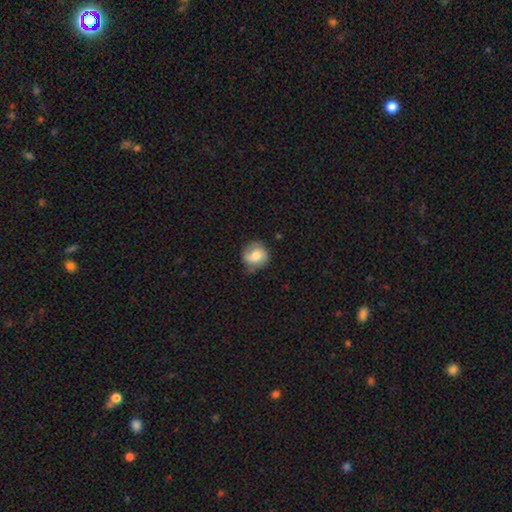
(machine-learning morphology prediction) A smooth galaxy with no disk features (60%) that is round (79%). Merging: none (63%).